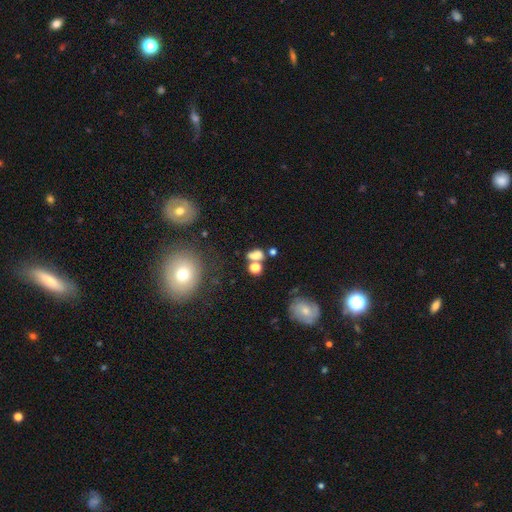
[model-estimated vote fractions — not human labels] A smooth galaxy with no disk features (64%) that is in between round and cigar-shaped (61%). Merging: none (44%).